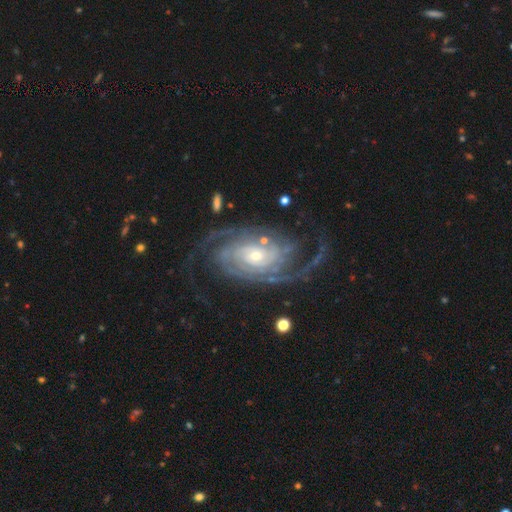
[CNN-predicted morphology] Overall: featured or disk (92%). Edge-on disk: no (97%). Bar: no (67%). Spiral arms: yes (98%). Spiral arm count: 2 (48%; 3 18%). Spiral winding: tight (57%; medium 34%). Bulge size: small (56%; moderate 38%). Merging: none (71%).